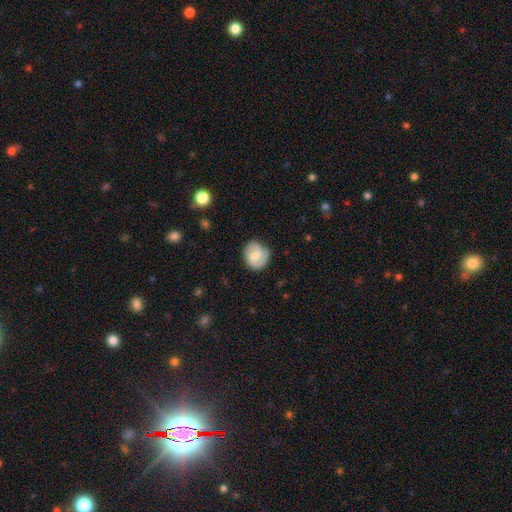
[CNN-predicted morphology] featured or disk 53%, smooth 40%, star or artifact 7%. Down the decision tree: edge-on disk — no (98%); bar — weak (51%); spiral arms — yes (89%); bulge size — moderate (46%); merging — none (75%).